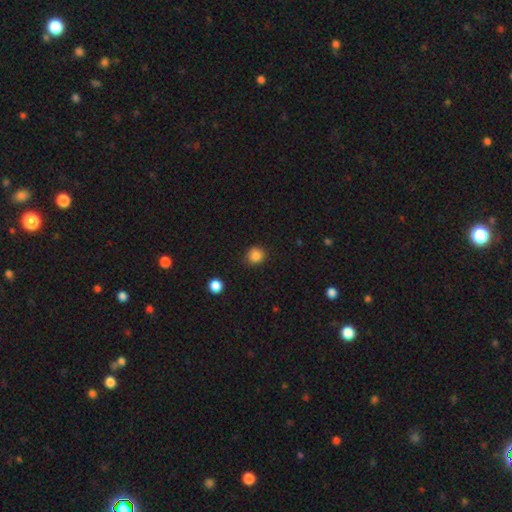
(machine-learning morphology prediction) This appears to be a smooth galaxy with no disk features (85%) that is round (89%). Merging: none (87%).